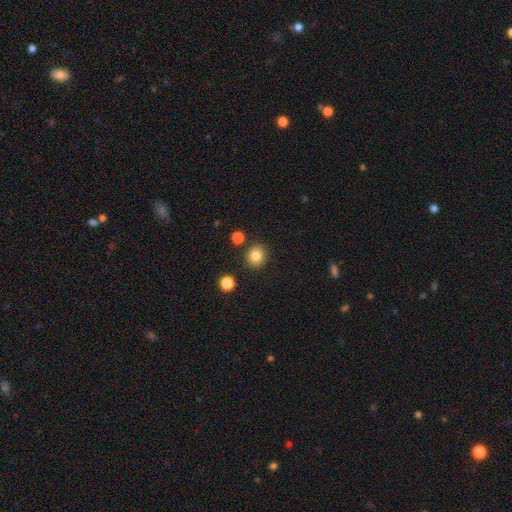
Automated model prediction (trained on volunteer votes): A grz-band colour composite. It shows a smooth galaxy with no disk features (83%) that is round (88%). Merging: none (88%).